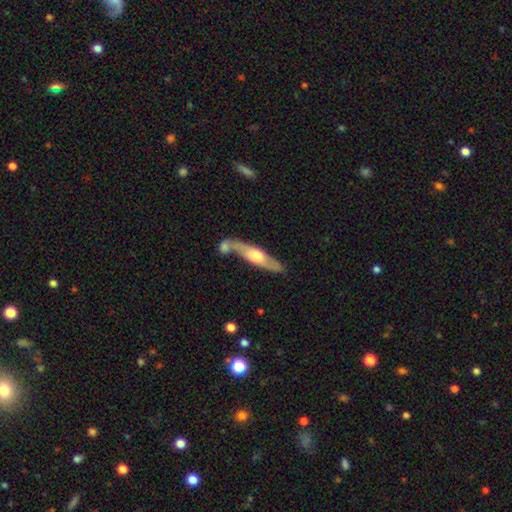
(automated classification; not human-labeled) Q: Smooth or featured?
A: featured or disk (59%); runner-up: smooth (37%)
Q: Edge-on disk?
A: yes (74%); runner-up: no (26%)
Q: Merging?
A: none (52%); runner-up: merger (29%)